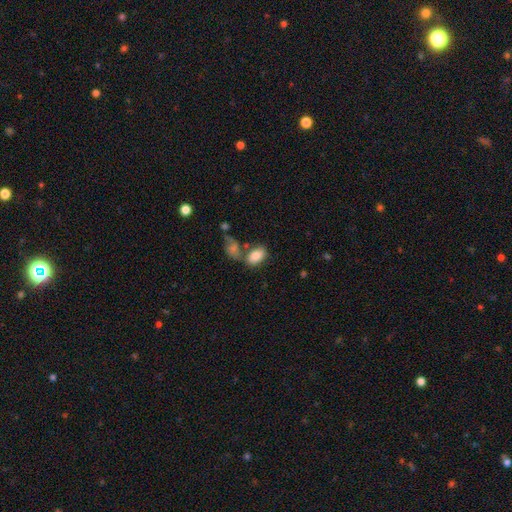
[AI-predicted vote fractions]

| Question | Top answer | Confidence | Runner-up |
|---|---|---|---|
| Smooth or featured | smooth | 83% | featured or disk (9%) |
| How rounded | in between | 91% | round (7%) |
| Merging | none | 54% | merger (26%) |